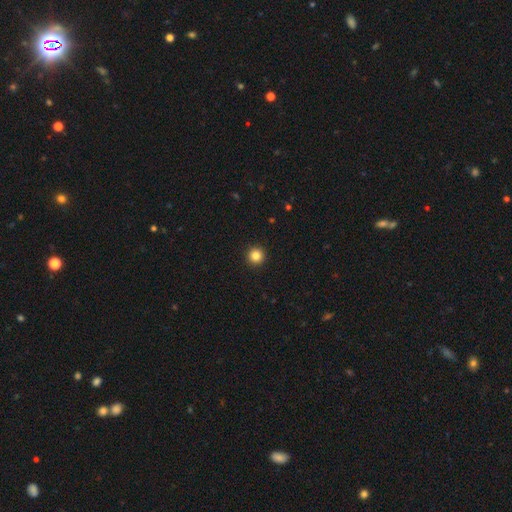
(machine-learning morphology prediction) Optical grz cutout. It shows a smooth galaxy with no disk features (84%) that is round (96%). Merging: none (94%).